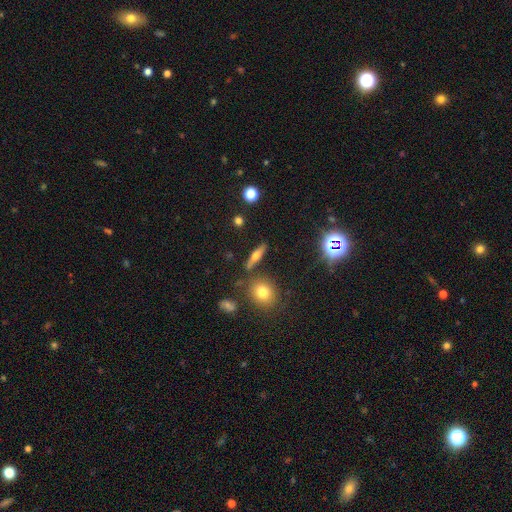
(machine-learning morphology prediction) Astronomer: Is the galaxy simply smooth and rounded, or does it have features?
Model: featured or disk — 44% (runner-up: smooth, 43%).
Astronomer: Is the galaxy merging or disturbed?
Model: none — 81%.